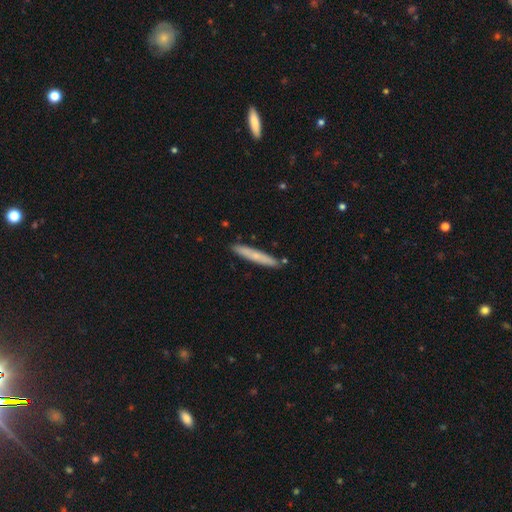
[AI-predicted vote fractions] Smooth or featured: smooth — 62% (featured or disk — 32%)
How rounded: cigar-shaped — 94% (in between — 4%)
Merging: none — 87% (minor disturbance — 9%)